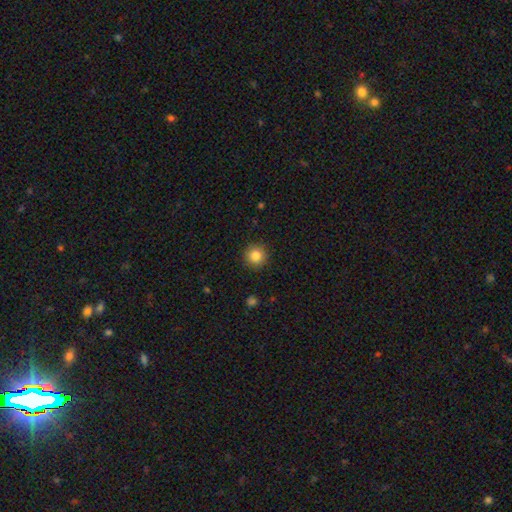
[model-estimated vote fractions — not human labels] smooth-or-featured: smooth: 85% | star or artifact: 10% | featured or disk: 6%
  how-rounded: round: 95% | in between: 4% | cigar-shaped: 1%
  merging: none: 91% | minor disturbance: 6% | major disturbance: 2% | merger: 1%